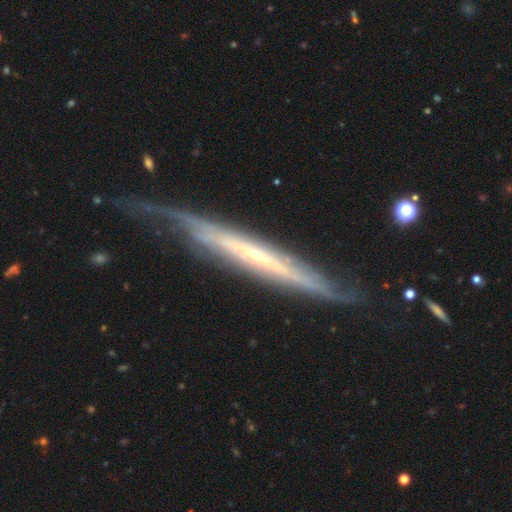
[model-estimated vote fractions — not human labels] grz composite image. It shows a featured or disk galaxy (82%) viewed edge-on (77%) with no central bulge (52%). Merging: none (58%).